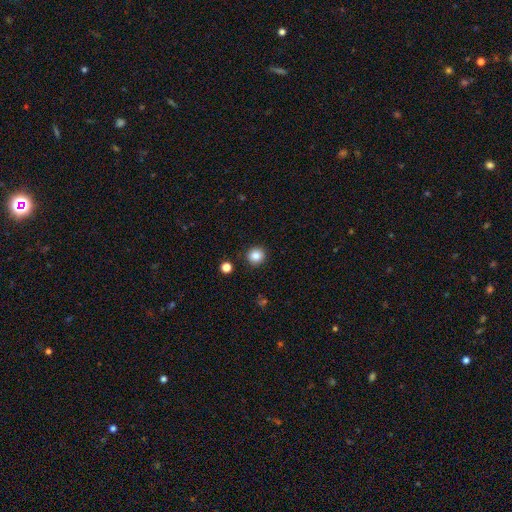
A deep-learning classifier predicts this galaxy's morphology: A smooth galaxy with no disk features (85%) that is round (93%). Merging: none (90%).